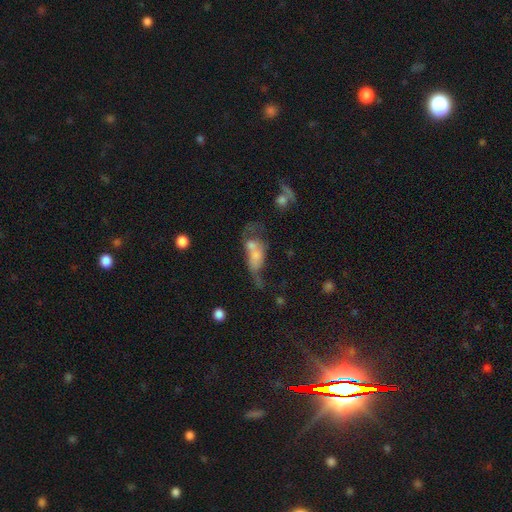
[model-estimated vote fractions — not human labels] Overall: smooth (49%; featured or disk 35%). Merging: merger (50%; major disturbance 23%).